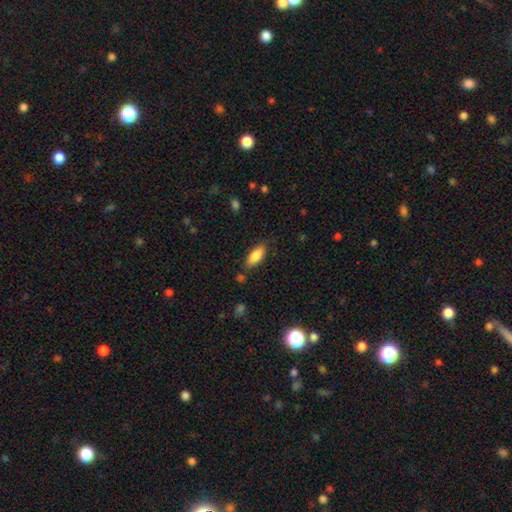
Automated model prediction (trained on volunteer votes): Q: Smooth or featured?
A: smooth (84%); runner-up: featured or disk (10%)
Q: How rounded?
A: in between (76%); runner-up: cigar-shaped (22%)
Q: Merging?
A: none (79%); runner-up: minor disturbance (14%)